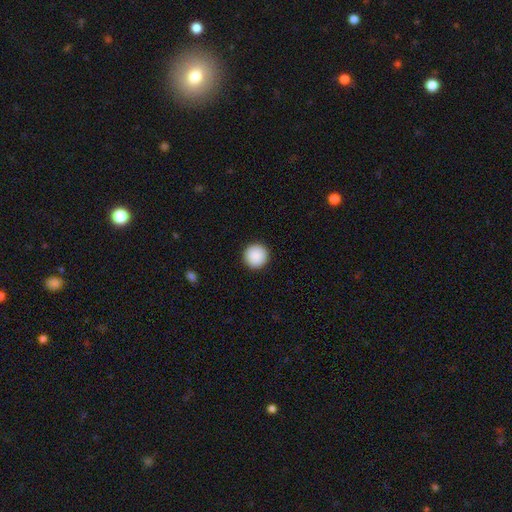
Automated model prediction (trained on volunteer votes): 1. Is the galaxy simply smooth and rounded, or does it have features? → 90% smooth, 7% star or artifact, 3% featured or disk.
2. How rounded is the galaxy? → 96% round, 3% in between, 1% cigar-shaped.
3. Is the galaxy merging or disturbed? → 93% none, 4% minor disturbance, 1% major disturbance, 1% merger.